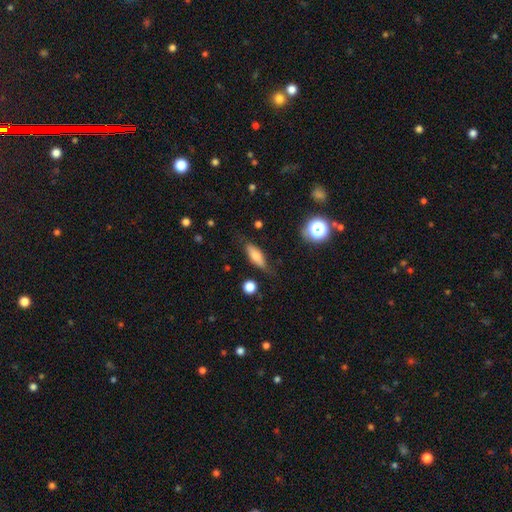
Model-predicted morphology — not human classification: Overall: smooth (64%; featured or disk 28%). How rounded: in between (58%; cigar-shaped 38%). Merging: none (70%).